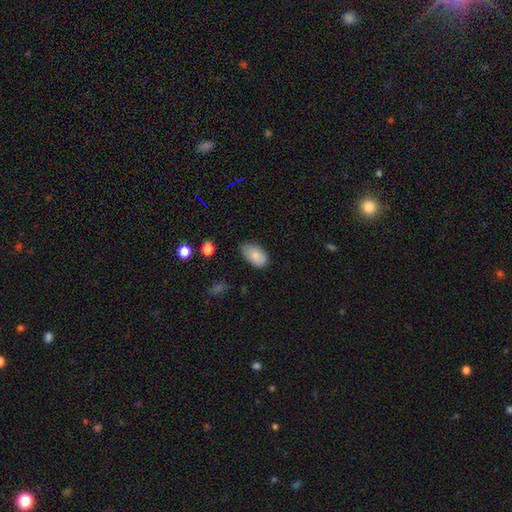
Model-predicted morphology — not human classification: This is clearly a smooth galaxy (84%). How rounded: clearly in between (94%). Merging: likely none (69%).